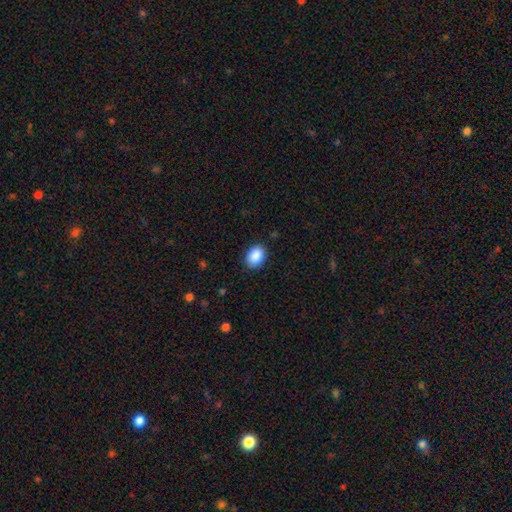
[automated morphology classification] smooth_or_featured: smooth (p=0.89) [alt: star or artifact p=0.07]
how_rounded: in between (p=0.75) [alt: round p=0.24]
merging: none (p=0.88) [alt: minor disturbance p=0.09]